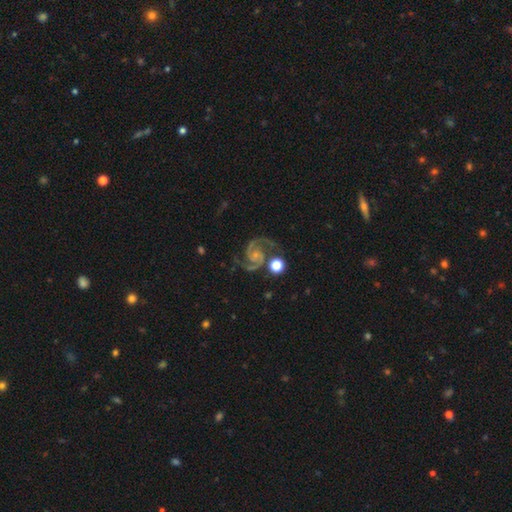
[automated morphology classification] The model was most divided on "bar": no: 66%, weak: 27%, strong: 7%. More confident: spiral arms — yes (99%); edge-on disk — no (98%); spiral arm count — 2 (93%); smooth or featured — featured or disk (92%); merging — none (73%); bulge size — small (65%); spiral winding — medium (64%).